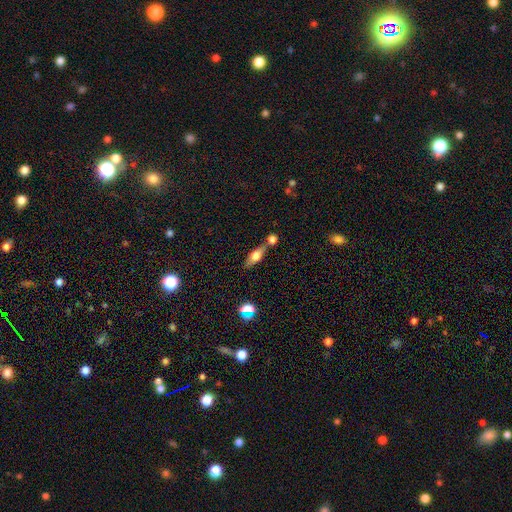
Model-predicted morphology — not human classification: smooth-or-featured: smooth: 50% | featured or disk: 41% | star or artifact: 9%
  how-rounded: in between: 50% | cigar-shaped: 45% | round: 5%
  merging: none: 61% | merger: 23% | minor disturbance: 12% | major disturbance: 4%